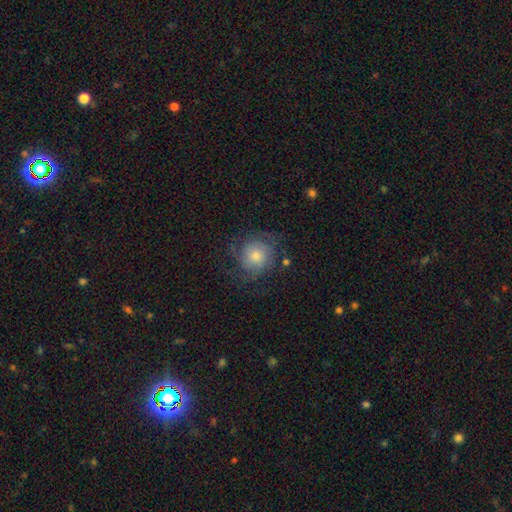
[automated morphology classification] The model was most divided on "smooth or featured": featured or disk: 54%, smooth: 36%, star or artifact: 10%. More confident: edge-on disk — no (97%); spiral arms — yes (85%); bar — no (82%); merging — none (66%); bulge size — moderate (52%).